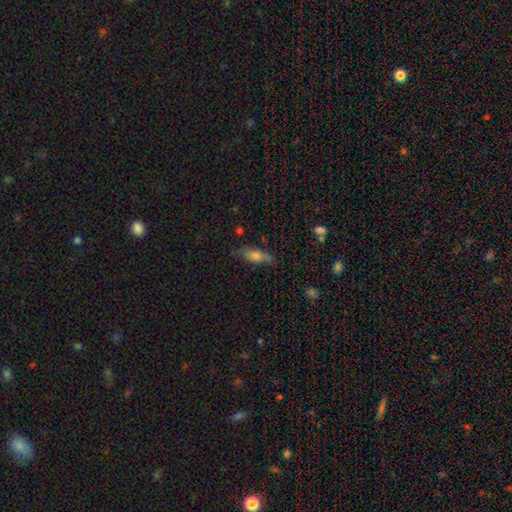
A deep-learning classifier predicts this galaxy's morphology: type=smooth (67%); roundness=in between (56%); merging=none (69%).